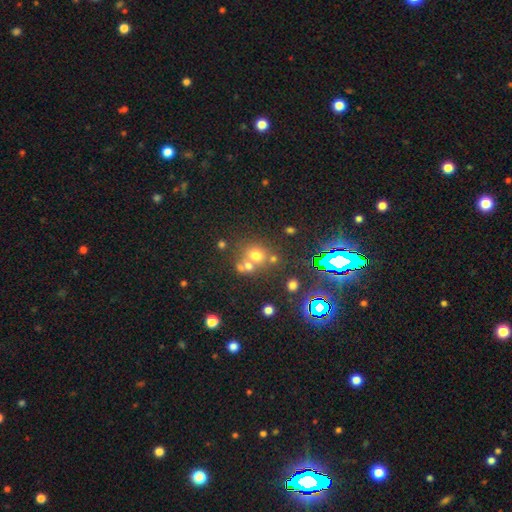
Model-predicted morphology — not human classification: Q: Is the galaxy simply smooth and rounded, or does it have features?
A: smooth — 62%.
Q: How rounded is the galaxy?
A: round — 78%.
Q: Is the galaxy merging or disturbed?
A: none — 49%.